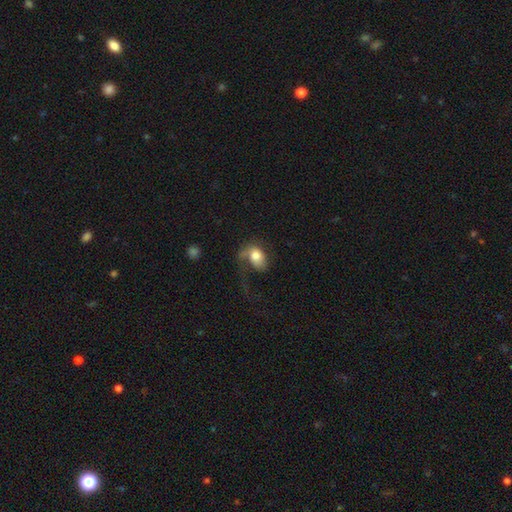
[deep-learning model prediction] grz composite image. It shows a smooth galaxy with no disk features (65%) that is in between round and cigar-shaped (75%). Merging: major disturbance (50%).